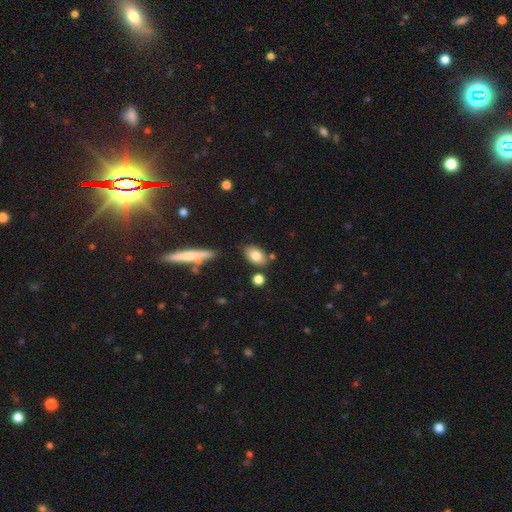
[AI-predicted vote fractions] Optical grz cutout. It shows a smooth galaxy with no disk features (80%) that is in between round and cigar-shaped (87%). Merging: none (77%).